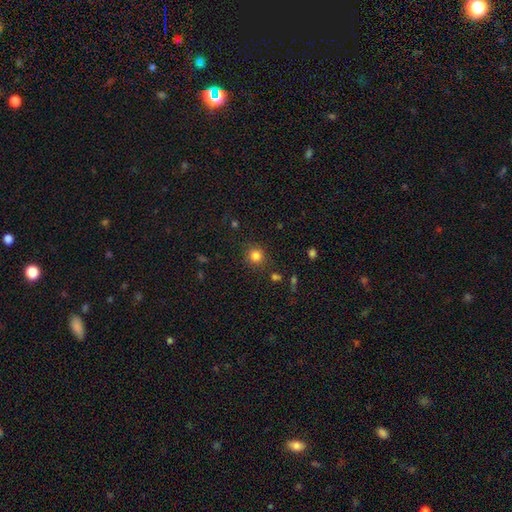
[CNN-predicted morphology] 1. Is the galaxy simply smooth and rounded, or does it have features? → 82% smooth, 13% star or artifact, 5% featured or disk.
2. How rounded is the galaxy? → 90% round, 9% in between, 1% cigar-shaped.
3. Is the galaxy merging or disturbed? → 85% none, 9% minor disturbance, 3% major disturbance, 3% merger.